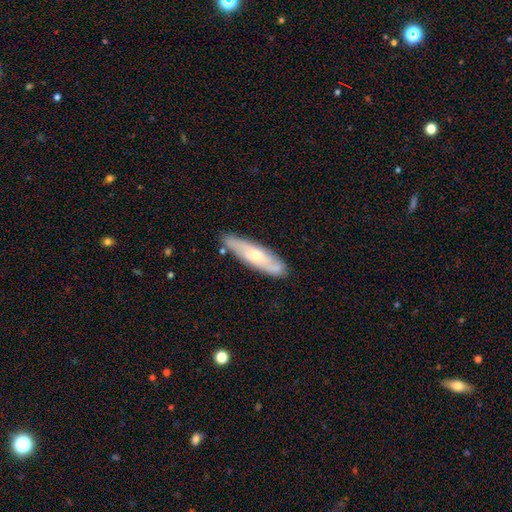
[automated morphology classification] smooth_or_featured: featured or disk (p=0.55) [alt: smooth p=0.39]
disk_edge_on: no (p=0.57) [alt: yes p=0.43]
merging: none (p=0.81) [alt: minor disturbance p=0.14]